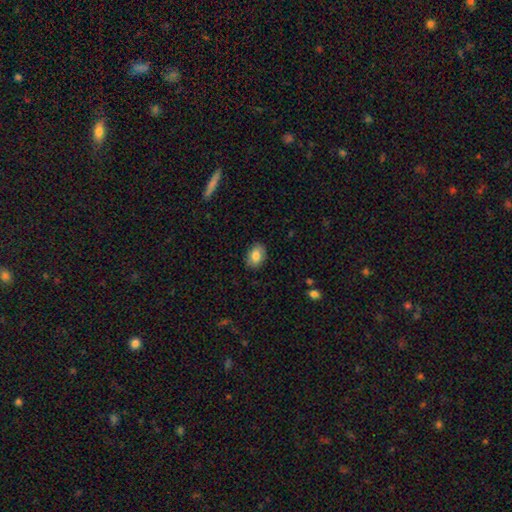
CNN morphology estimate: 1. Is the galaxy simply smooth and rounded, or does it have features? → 83% smooth, 10% featured or disk, 7% star or artifact.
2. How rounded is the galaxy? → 82% in between, 17% round, 1% cigar-shaped.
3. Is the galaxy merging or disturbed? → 87% none, 10% minor disturbance, 2% major disturbance, 1% merger.